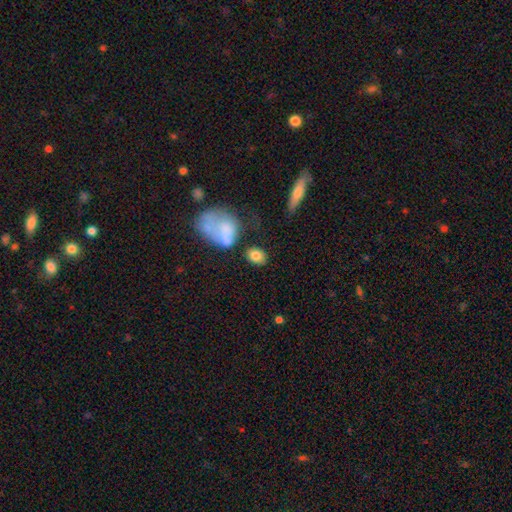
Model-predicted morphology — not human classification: The model was most divided on "how rounded": in between: 59%, round: 39%, cigar-shaped: 2%. More confident: smooth or featured — smooth (83%); merging — none (72%).